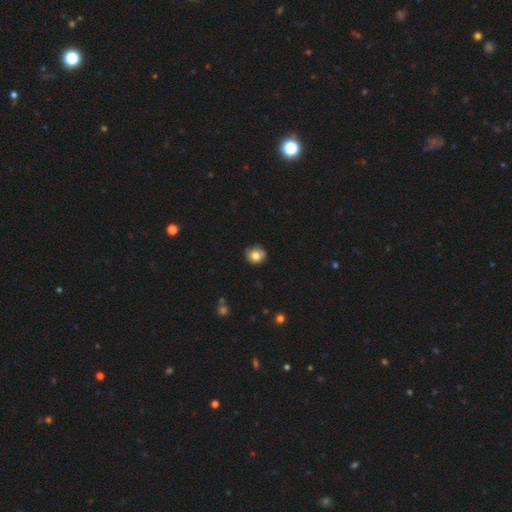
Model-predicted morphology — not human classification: Overall: smooth (79%). How rounded: round (87%). Merging: none (77%).